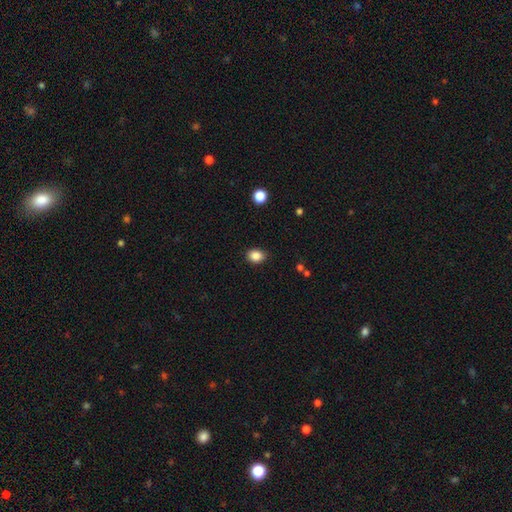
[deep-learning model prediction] Smooth or featured? Predicted: smooth (p=0.86). How rounded? Predicted: in between (p=0.53). Merging? Predicted: none (p=0.86).